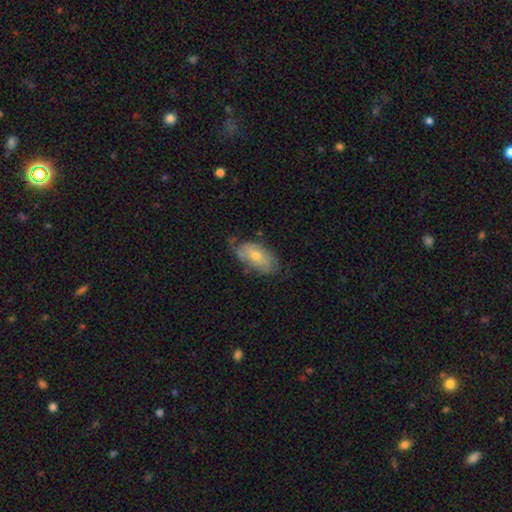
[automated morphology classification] Smooth or featured?
  - featured or disk: 54% *
  - smooth: 39%
  - star or artifact: 7%
Edge-on disk?
  - no: 89% *
  - yes: 11%
Merging?
  - none: 58% *
  - minor disturbance: 29%
  - major disturbance: 11%
  - merger: 2%